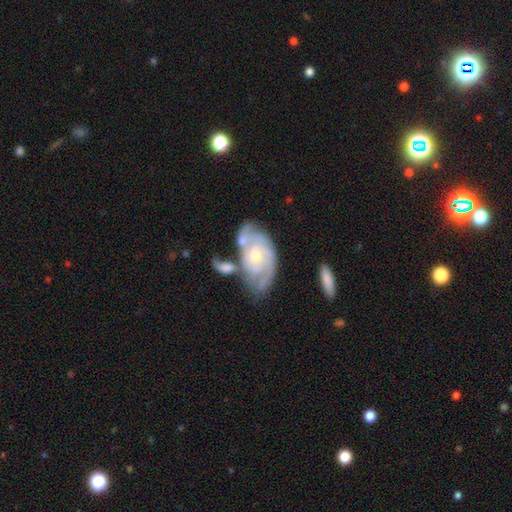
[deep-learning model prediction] A featured or disk galaxy (83%) with no bar (71%), 2 (35%) tight (60%) spiral arms (94%) and a small central bulge (53%). Merging: none (45%).